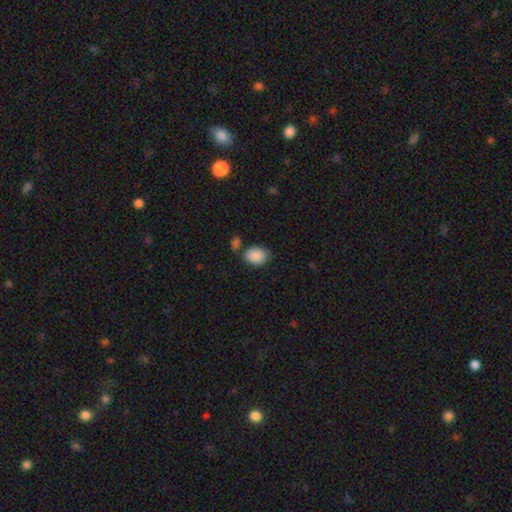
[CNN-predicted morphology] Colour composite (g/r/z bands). It shows a smooth galaxy with no disk features (89%) that is in between round and cigar-shaped (67%). Merging: none (69%).